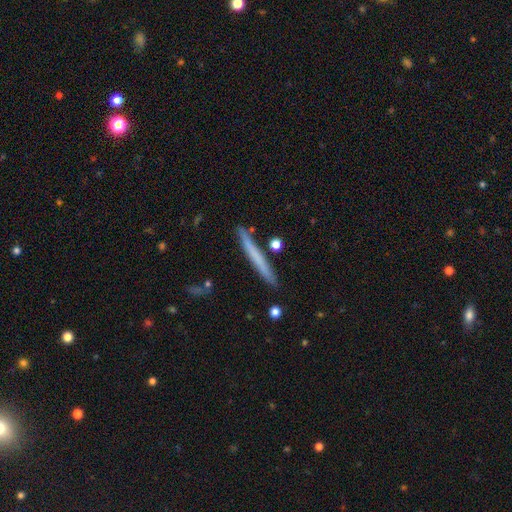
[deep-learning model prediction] Smooth or featured? Predicted: smooth (p=0.59). How rounded? Predicted: cigar-shaped (p=0.97). Merging? Predicted: none (p=0.89).